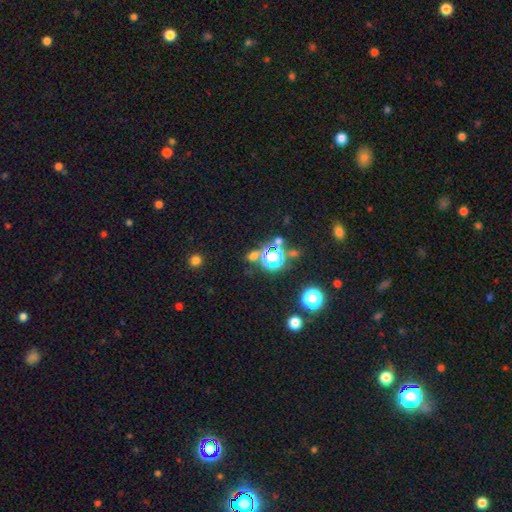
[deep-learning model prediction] A star or artifact, not a galaxy (64%).